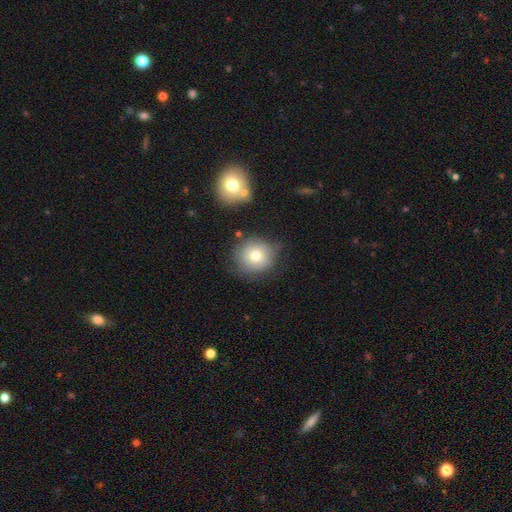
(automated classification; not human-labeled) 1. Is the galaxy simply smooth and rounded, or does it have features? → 73% smooth, 16% featured or disk, 11% star or artifact.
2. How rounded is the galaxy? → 89% round, 10% in between, 1% cigar-shaped.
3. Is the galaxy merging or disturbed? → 71% none, 17% minor disturbance, 6% major disturbance, 5% merger.